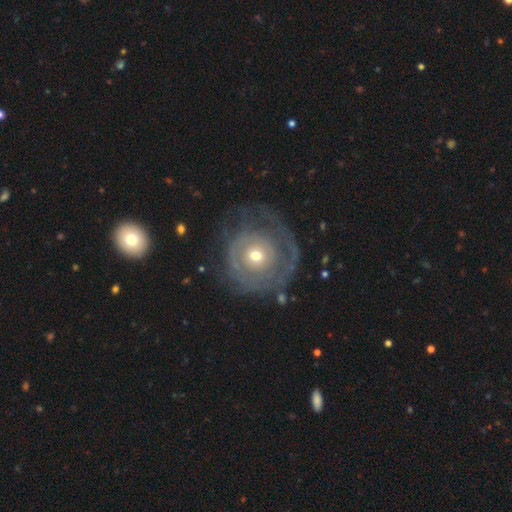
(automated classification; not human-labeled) featured or disk 67%, smooth 26%, star or artifact 7%. Down the decision tree: edge-on disk — no (97%); bar — no (87%); spiral arms — yes (58%); bulge size — moderate (47%, tied with small); merging — none (54%).